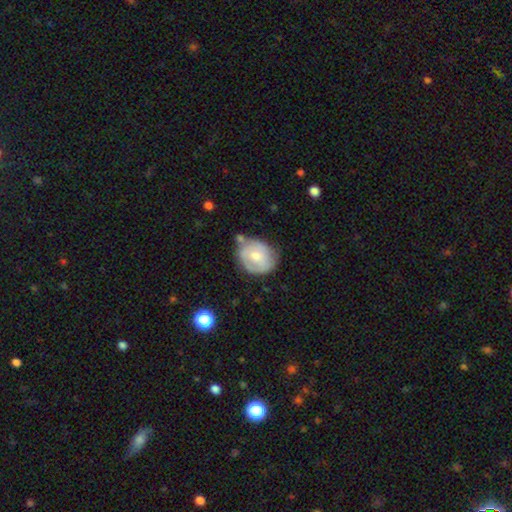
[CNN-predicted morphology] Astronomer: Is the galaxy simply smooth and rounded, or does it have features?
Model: smooth — 49% (runner-up: featured or disk, 45%).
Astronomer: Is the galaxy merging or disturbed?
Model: none — 53% (runner-up: minor disturbance, 29%).